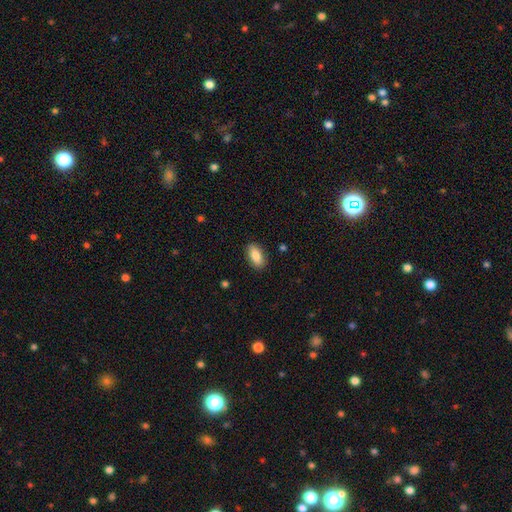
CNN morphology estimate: smooth 85%, featured or disk 9%, star or artifact 7%. Down the decision tree: how rounded — in between (91%); merging — none (88%).